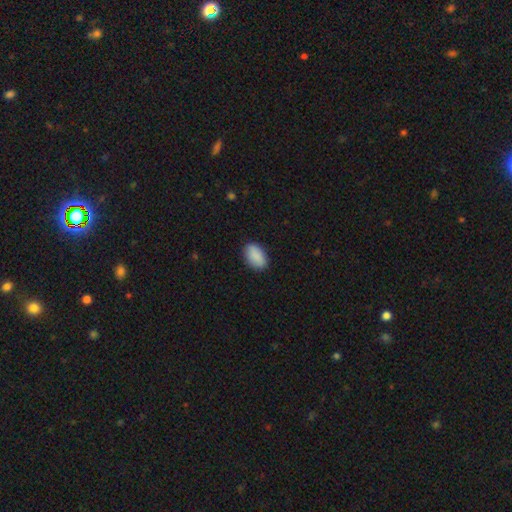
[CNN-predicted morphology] The model was most divided on "merging": none: 87%, minor disturbance: 10%, major disturbance: 2%, merger: 1%. More confident: how rounded — in between (92%); smooth or featured — smooth (90%).